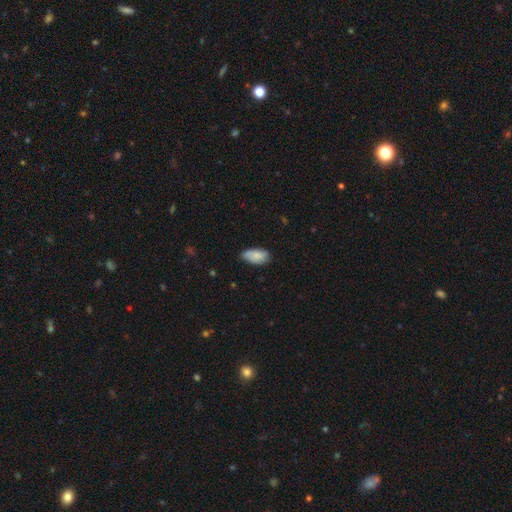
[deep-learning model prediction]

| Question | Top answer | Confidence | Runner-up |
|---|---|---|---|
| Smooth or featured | smooth | 82% | featured or disk (11%) |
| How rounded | in between | 93% | cigar-shaped (5%) |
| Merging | none | 68% | minor disturbance (26%) |